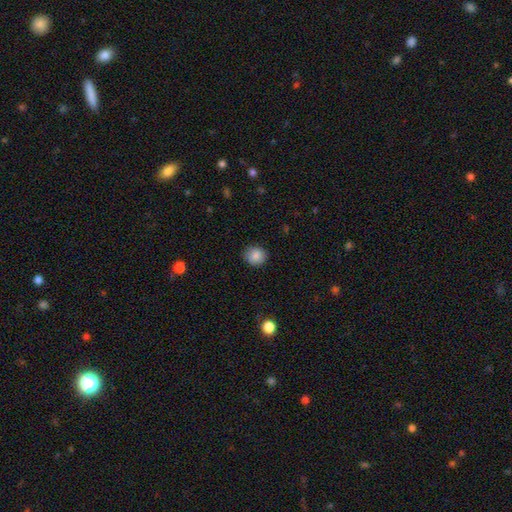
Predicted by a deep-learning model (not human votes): A smooth galaxy with no disk features (86%) that is round (82%).

Vote fractions:
- Smooth or featured? smooth: 86% / star or artifact: 9% / featured or disk: 5%
- How rounded? round: 82% / in between: 17% / cigar-shaped: 1%
- Merging? none: 86% / minor disturbance: 11% / major disturbance: 2% / merger: 1%